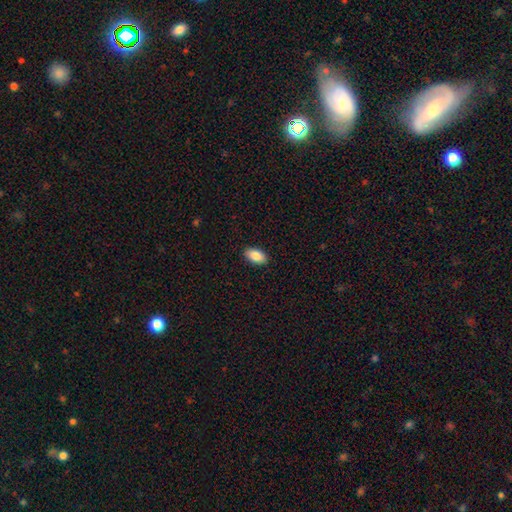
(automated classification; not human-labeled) Smooth or featured?
  - smooth: 87% *
  - star or artifact: 7%
  - featured or disk: 6%
How rounded?
  - in between: 94% *
  - round: 4%
  - cigar-shaped: 2%
Merging?
  - none: 90% *
  - minor disturbance: 7%
  - major disturbance: 2%
  - merger: 1%